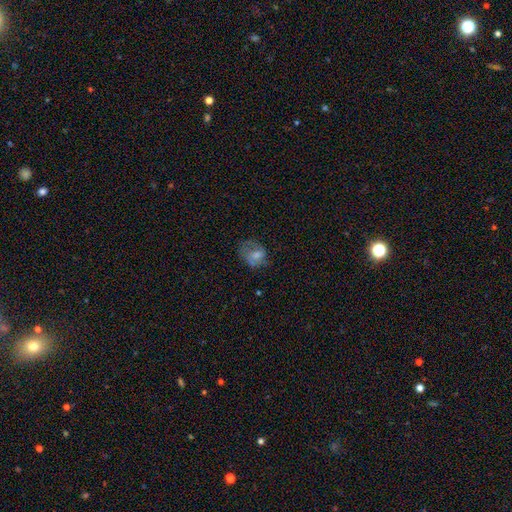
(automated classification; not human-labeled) A smooth galaxy with no disk features (57%) that is in between round and cigar-shaped (58%). Merging: none (41%).